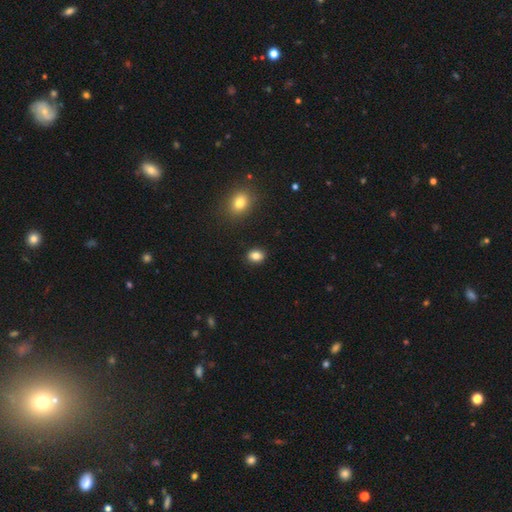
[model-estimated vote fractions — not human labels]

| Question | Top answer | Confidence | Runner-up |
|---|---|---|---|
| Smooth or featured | smooth | 85% | star or artifact (10%) |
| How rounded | in between | 60% | round (39%) |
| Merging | none | 89% | minor disturbance (7%) |